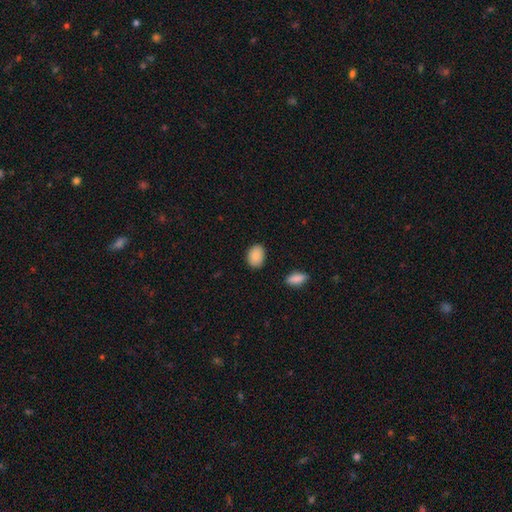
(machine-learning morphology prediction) A smooth galaxy with no disk features (86%) that is in between round and cigar-shaped (78%). Merging: none (84%).